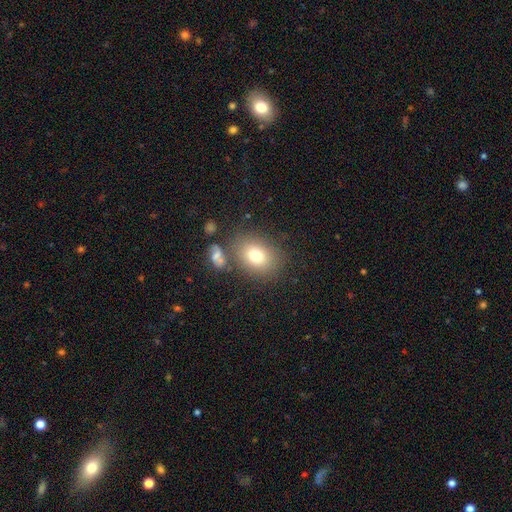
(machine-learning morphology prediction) This is likely a smooth galaxy (75%). How rounded: possibly in between (57%). Merging: likely none (75%).